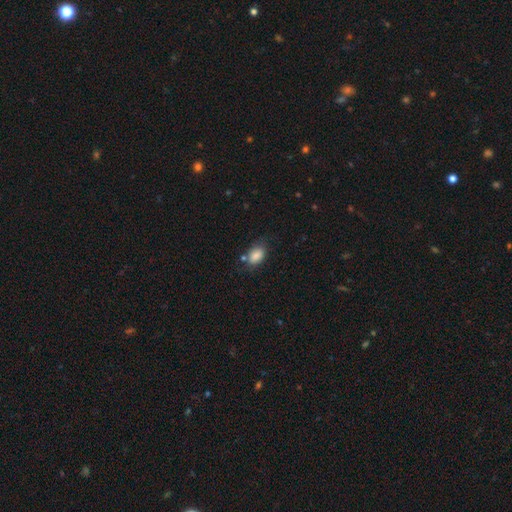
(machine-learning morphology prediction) This is clearly a smooth galaxy (85%). How rounded: clearly in between (85%). Merging: likely none (64%).